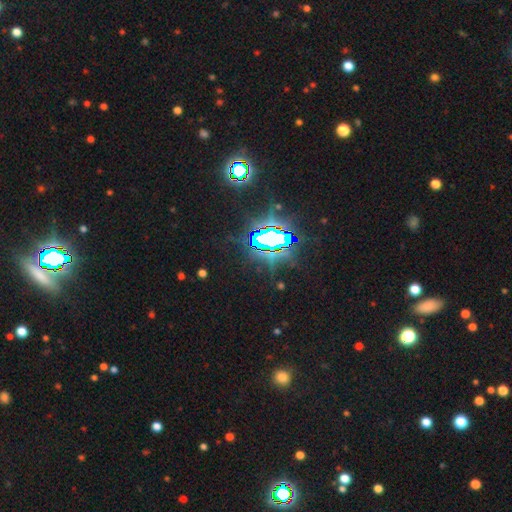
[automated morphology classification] Smooth or featured? star or artifact (83%)